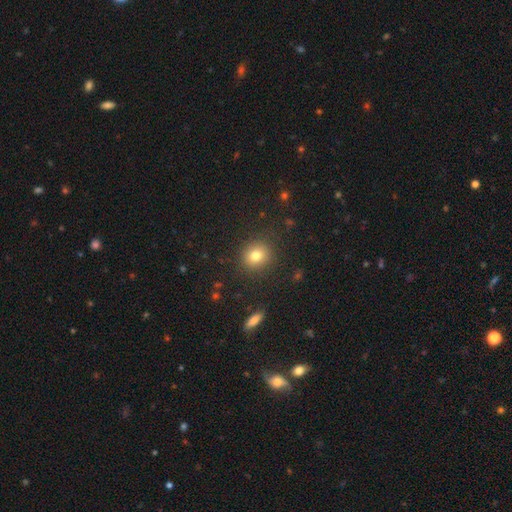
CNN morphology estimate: Smooth or featured? Predicted: smooth (p=0.79). How rounded? Predicted: round (p=0.79). Merging? Predicted: none (p=0.87).